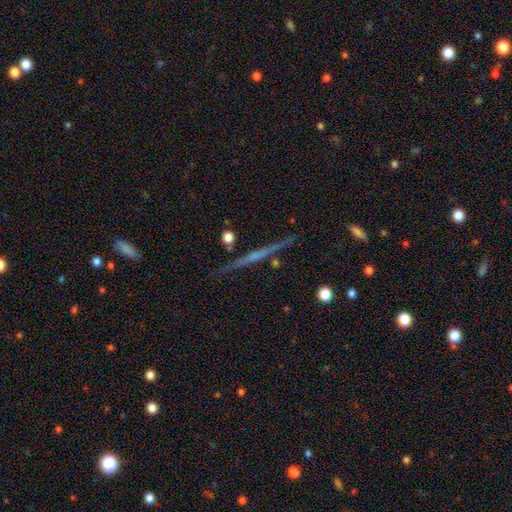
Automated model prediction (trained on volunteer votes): Morphology: type=featured or disk (72%); edge-on=yes (98%); edge-on bulge=none (60%); merging=none (89%).